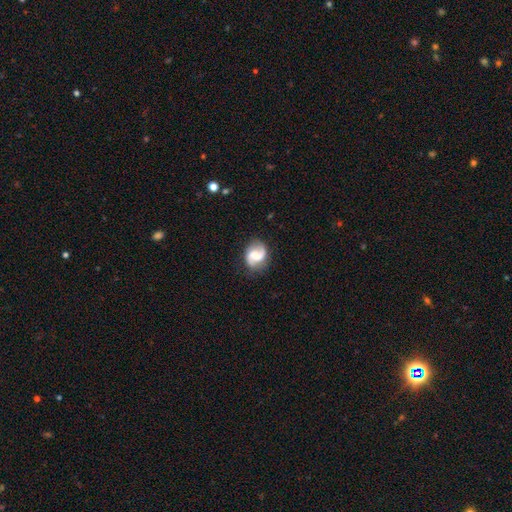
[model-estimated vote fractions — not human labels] A featured or disk galaxy (74%) with a weak bar (47%), 2 (88%) medium (43%) spiral arms (94%) and a moderate central bulge (30%).

Vote fractions:
- Smooth or featured? featured or disk: 74% / smooth: 19% / star or artifact: 7%
- Edge-on disk? no: 98% / yes: 2%
- Bar? weak: 47% / no: 35% / strong: 17%
- Spiral arms? yes: 94% / no: 6%
- Spiral winding? medium: 43% / loose: 40% / tight: 17%
- Spiral arm count? 2: 88% / 1: 5% / can't tell: 4% / 3: 1% / 4: 1% / more than 4: 1%
- Bulge size? moderate: 30% / none: 24% / small: 22% / large: 20% / dominant: 4%
- Merging? none: 77% / minor disturbance: 15% / major disturbance: 6% / merger: 2%